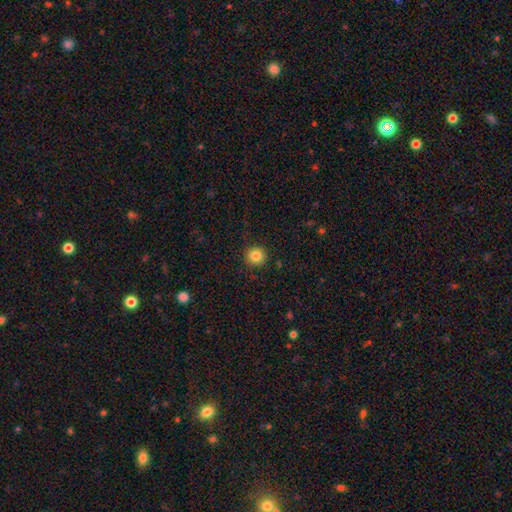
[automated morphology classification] Overall: smooth (84%). How rounded: round (94%). Merging: none (90%).